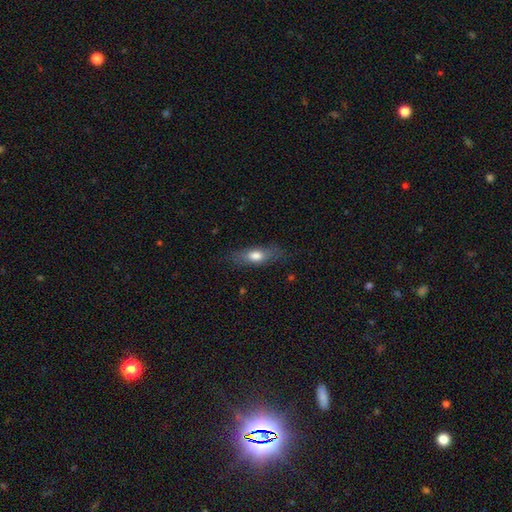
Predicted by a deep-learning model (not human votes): This is likely a smooth galaxy (69%). How rounded: likely in between (62%). Merging: likely none (76%).